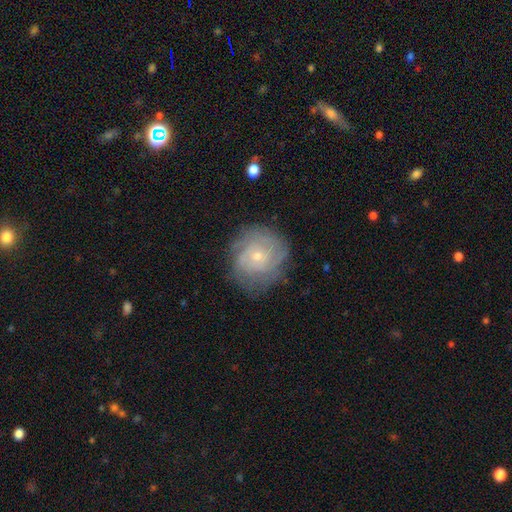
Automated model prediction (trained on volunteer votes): The model was most divided on "spiral arm count": can't tell: 52%, 2: 14%, 3: 13%, 4: 11%, more than 4: 6%, 1: 5%. More confident: edge-on disk — no (97%); spiral arms — yes (84%); bar — no (82%); bulge size — small (74%); merging — none (73%); spiral winding — tight (68%); smooth or featured — featured or disk (66%).